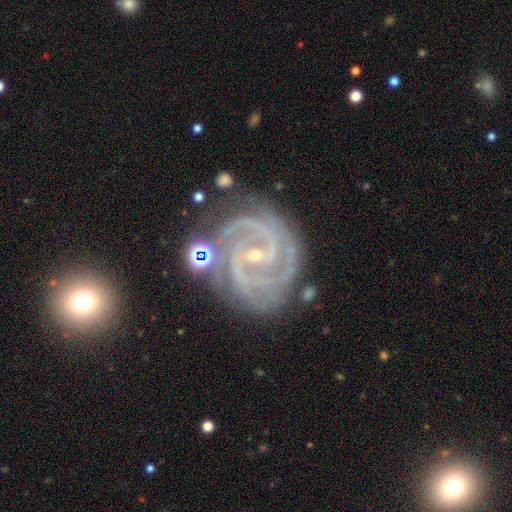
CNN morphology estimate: Smooth or featured: featured or disk — 93% (star or artifact — 5%)
Edge-on disk: no — 98% (yes — 2%)
Bar: weak — 38% (no — 37%)
Spiral arms: yes — 99% (no — 1%)
Spiral winding: tight — 74% (medium — 23%)
Spiral arm count: 2 — 39% (3 — 31%)
Bulge size: small — 82% (moderate — 15%)
Merging: none — 70% (minor disturbance — 19%)